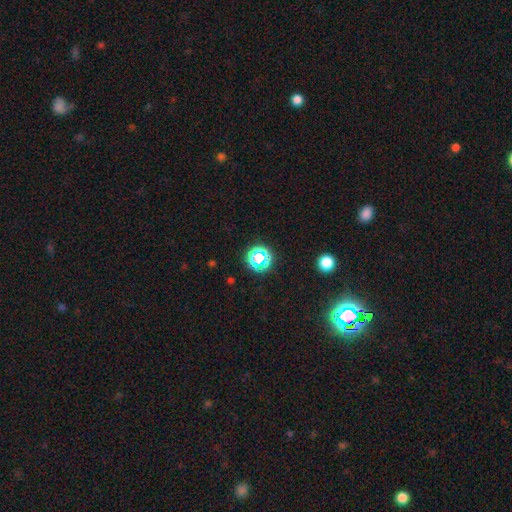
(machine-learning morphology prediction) Smooth or featured? Predicted: star or artifact (p=0.61).